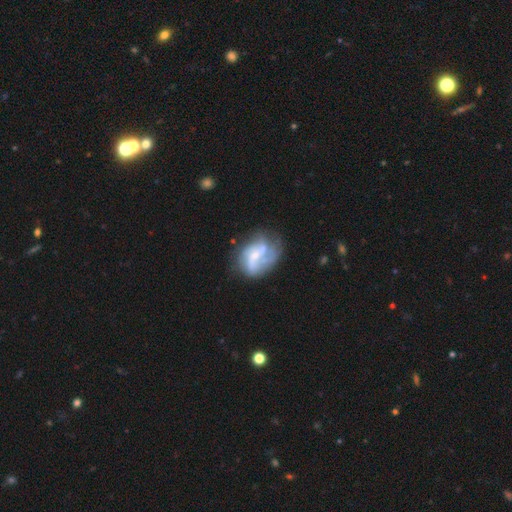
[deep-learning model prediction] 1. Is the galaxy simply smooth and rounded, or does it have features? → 71% featured or disk, 22% smooth, 8% star or artifact.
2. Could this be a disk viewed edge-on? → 98% no, 2% yes.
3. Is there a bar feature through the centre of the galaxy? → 59% no, 33% weak, 8% strong.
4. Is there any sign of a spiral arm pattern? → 74% yes, 26% no.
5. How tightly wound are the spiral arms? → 39% loose (tied), 39% medium (tied), 22% tight.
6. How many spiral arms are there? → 32% 2, 30% can't tell, 19% 3, 8% 1, 6% 4, 4% more than 4.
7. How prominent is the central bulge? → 64% small, 24% moderate, 9% none, 2% large, 1% dominant.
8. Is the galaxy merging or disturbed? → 43% none, 24% major disturbance, 23% minor disturbance, 10% merger.